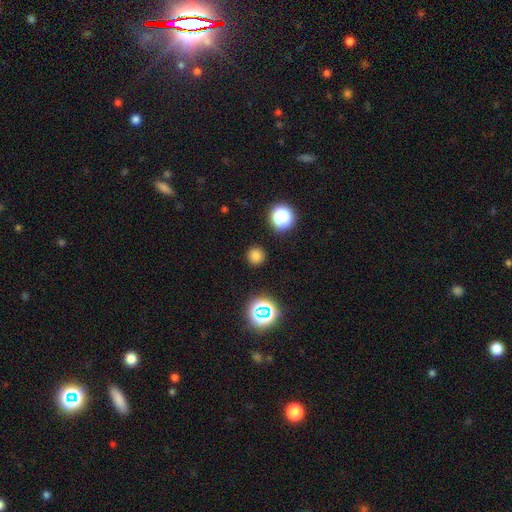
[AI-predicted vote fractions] Overall: smooth (76%). How rounded: round (94%). Merging: none (90%).